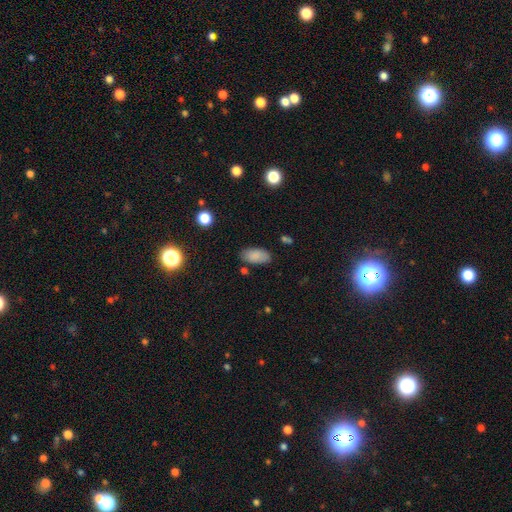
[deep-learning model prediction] Smooth or featured? smooth (86%)
How rounded? in between (94%)
Merging? none (81%)